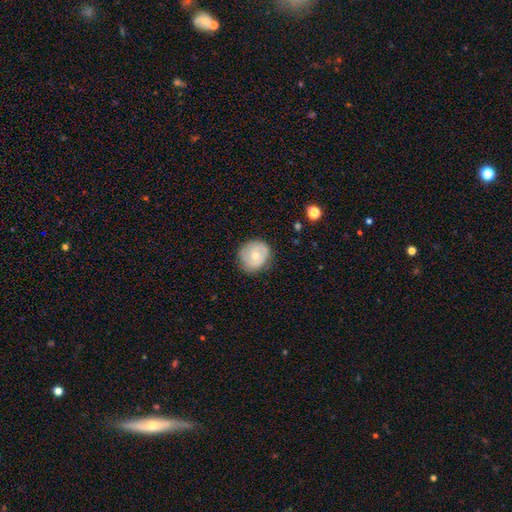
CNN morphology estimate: A smooth galaxy with no disk features (52%) that is round (79%). Merging: none (76%).